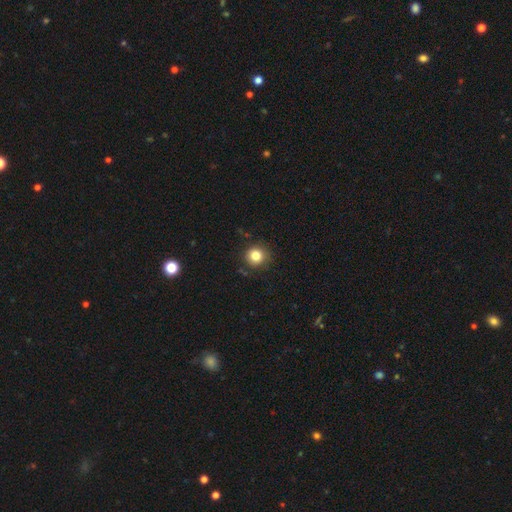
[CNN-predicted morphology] A smooth galaxy with no disk features (81%) that is round (94%). Merging: none (87%).